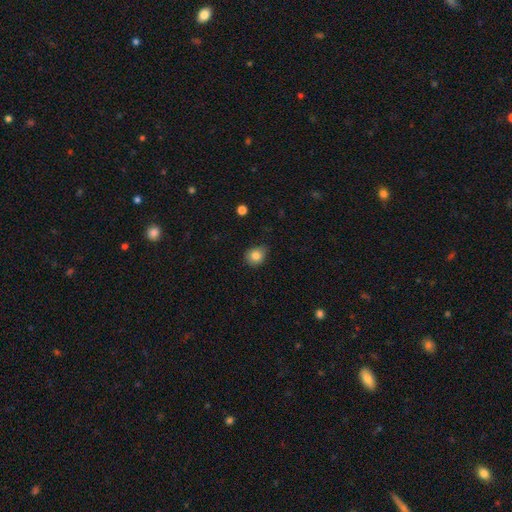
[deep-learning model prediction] smooth-or-featured: smooth: 83% | star or artifact: 10% | featured or disk: 7%
  how-rounded: round: 61% | in between: 38% | cigar-shaped: 1%
  merging: none: 71% | minor disturbance: 24% | major disturbance: 4% | merger: 1%